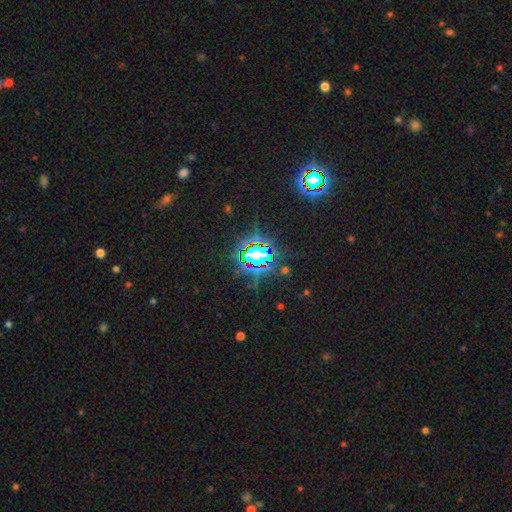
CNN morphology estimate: A star or artifact, not a galaxy (74%).